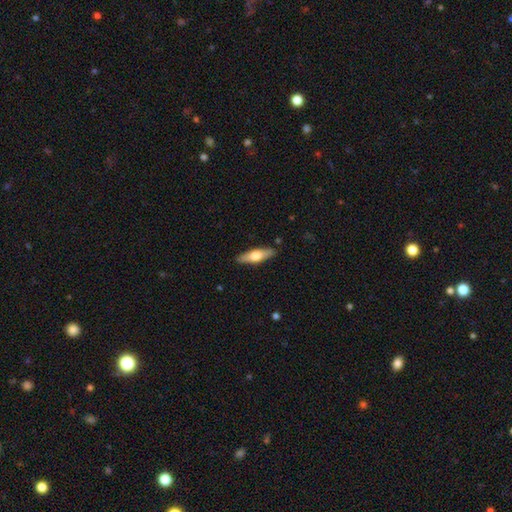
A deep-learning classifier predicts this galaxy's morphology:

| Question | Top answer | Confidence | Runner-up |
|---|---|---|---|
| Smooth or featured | featured or disk | 48% | smooth (46%) |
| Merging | none | 89% | minor disturbance (8%) |